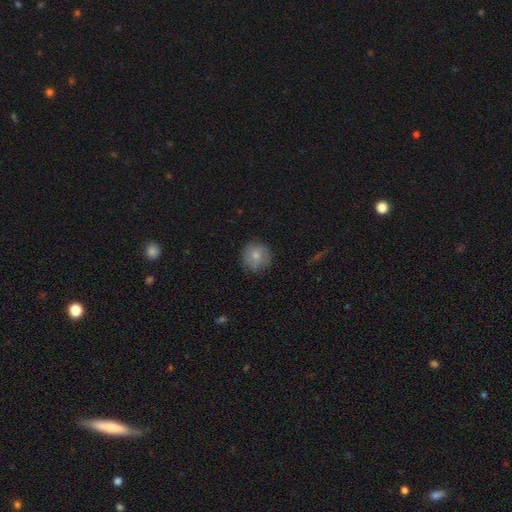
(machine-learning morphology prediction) Smooth or featured?
  - smooth: 78% *
  - featured or disk: 14%
  - star or artifact: 8%
How rounded?
  - round: 92% *
  - in between: 7%
  - cigar-shaped: 1%
Merging?
  - none: 84% *
  - minor disturbance: 12%
  - major disturbance: 3%
  - merger: 1%